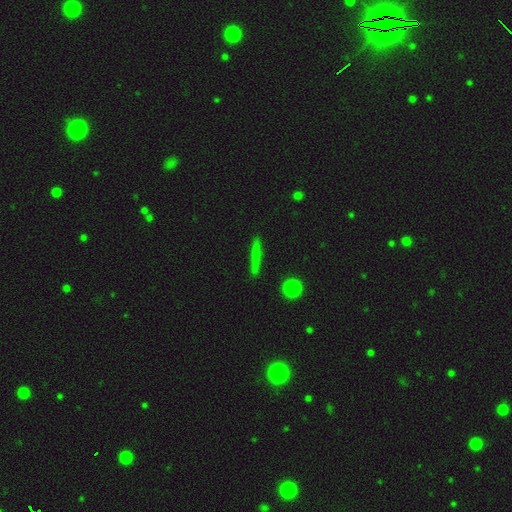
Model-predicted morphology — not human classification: The model was most divided on "smooth or featured": smooth: 68%, featured or disk: 23%, star or artifact: 10%. More confident: how rounded — cigar-shaped (92%); merging — none (87%).